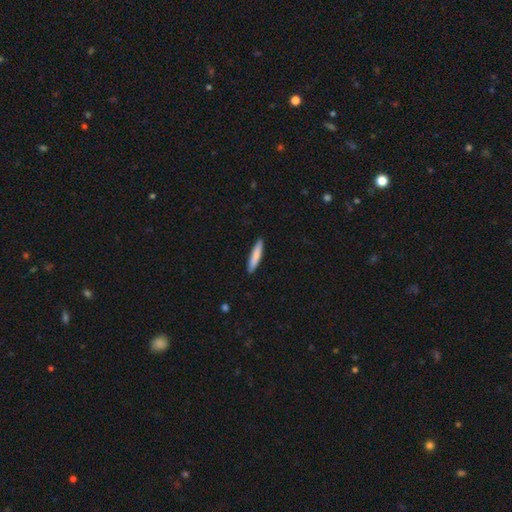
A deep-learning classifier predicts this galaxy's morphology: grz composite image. It shows a smooth galaxy with no disk features (82%) that is cigar-shaped (90%). Merging: none (91%).